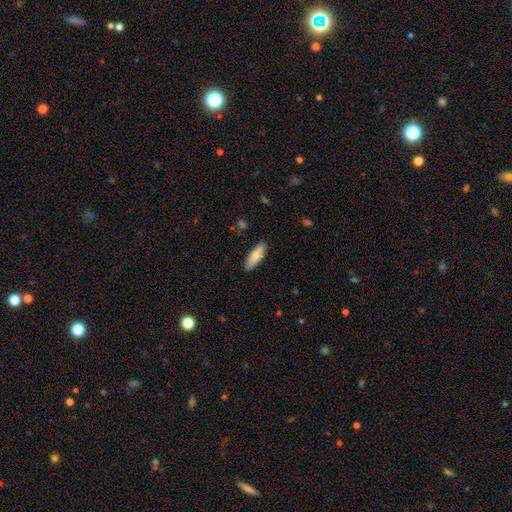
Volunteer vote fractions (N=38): Morphology: type=smooth (74%); roundness=in between (64%); merging=none (78%).